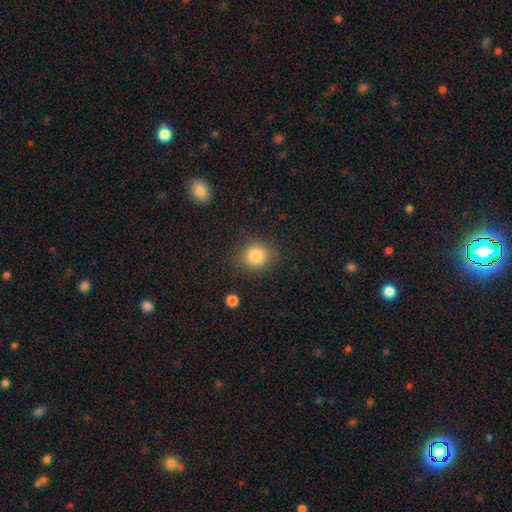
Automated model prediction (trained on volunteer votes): The model was most divided on "how rounded": round: 81%, in between: 19%, cigar-shaped: 1%. More confident: merging — none (85%); smooth or featured — smooth (84%).